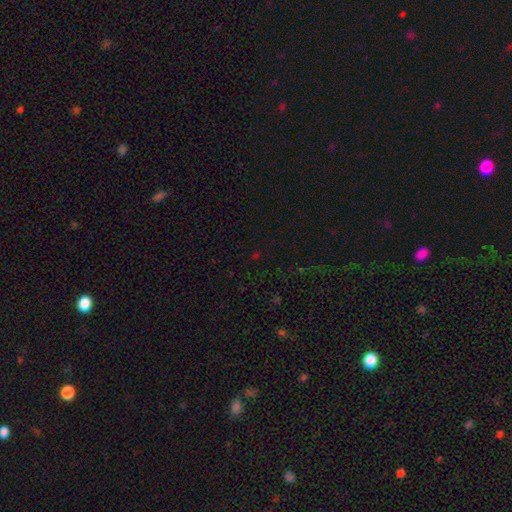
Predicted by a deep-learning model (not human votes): Overall: star or artifact (63%; smooth 30%).